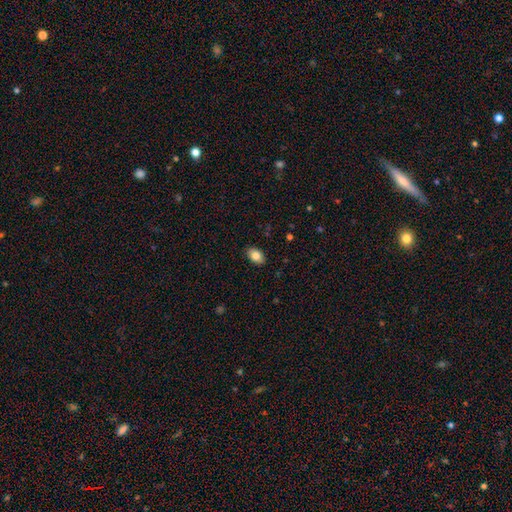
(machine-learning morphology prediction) Smooth or featured? Predicted: smooth (p=0.82). How rounded? Predicted: in between (p=0.87). Merging? Predicted: none (p=0.88).